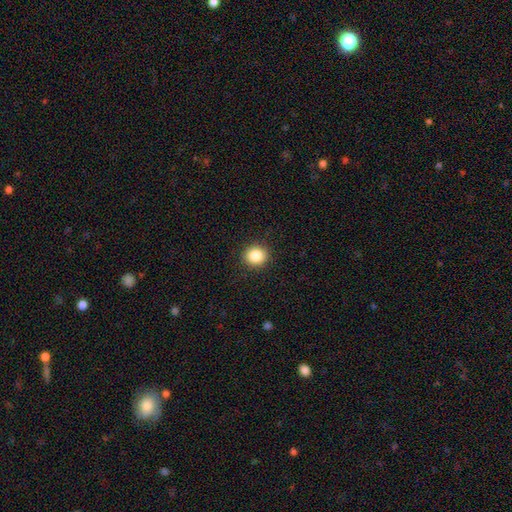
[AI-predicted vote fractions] Morphology: type=smooth (86%); roundness=round (83%); merging=none (91%).